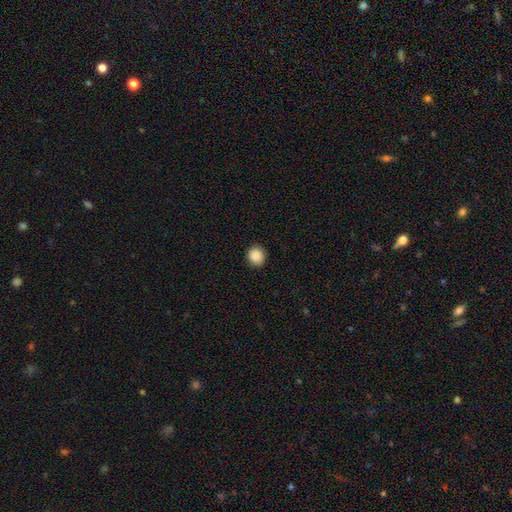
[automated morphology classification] Smooth or featured? Predicted: smooth (p=0.89). How rounded? Predicted: round (p=0.84). Merging? Predicted: none (p=0.90).